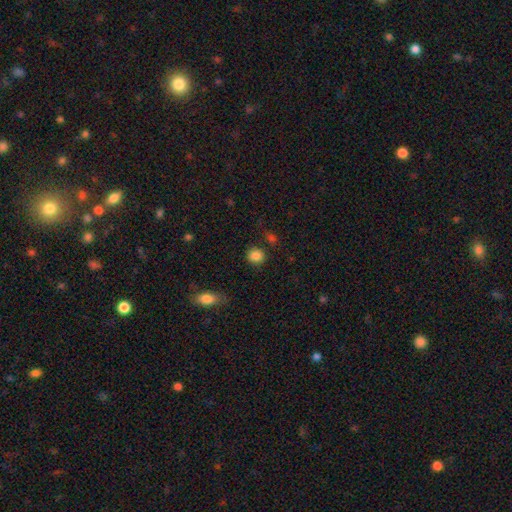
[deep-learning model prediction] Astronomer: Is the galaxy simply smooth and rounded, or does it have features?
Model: smooth — 85%.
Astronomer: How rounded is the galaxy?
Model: round — 82%.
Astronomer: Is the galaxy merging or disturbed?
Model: none — 85%.